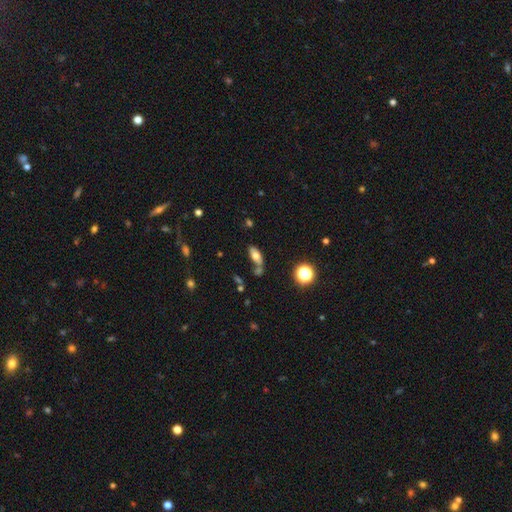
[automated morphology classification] Smooth or featured? Predicted: smooth (p=0.66). How rounded? Predicted: in between (p=0.80). Merging? Predicted: none (p=0.50).